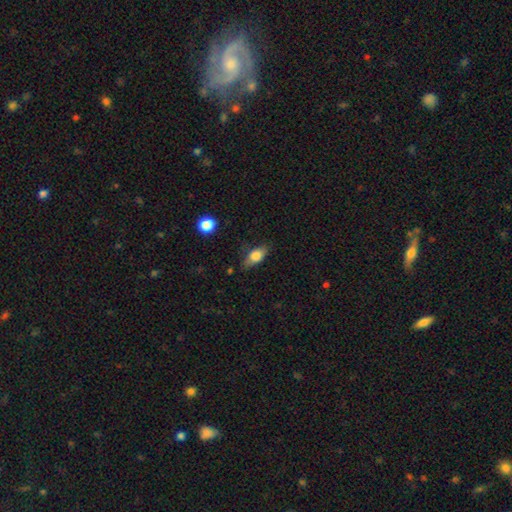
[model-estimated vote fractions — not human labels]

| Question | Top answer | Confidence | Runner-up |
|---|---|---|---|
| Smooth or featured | smooth | 75% | featured or disk (18%) |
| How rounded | in between | 83% | cigar-shaped (11%) |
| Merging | none | 74% | minor disturbance (20%) |